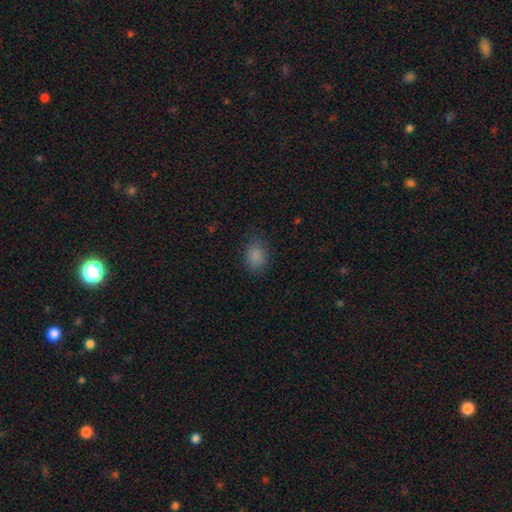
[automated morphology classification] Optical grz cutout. It shows a smooth galaxy with no disk features (85%) that is in between round and cigar-shaped (58%). Merging: none (79%).